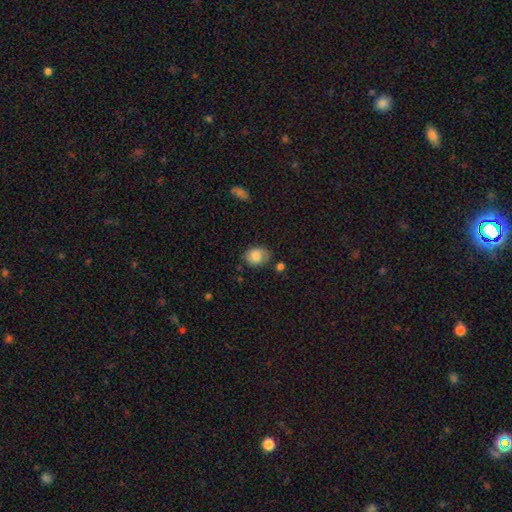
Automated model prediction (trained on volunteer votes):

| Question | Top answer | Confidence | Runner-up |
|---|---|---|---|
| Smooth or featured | smooth | 76% | featured or disk (15%) |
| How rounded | in between | 57% | round (42%) |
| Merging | none | 68% | minor disturbance (23%) |